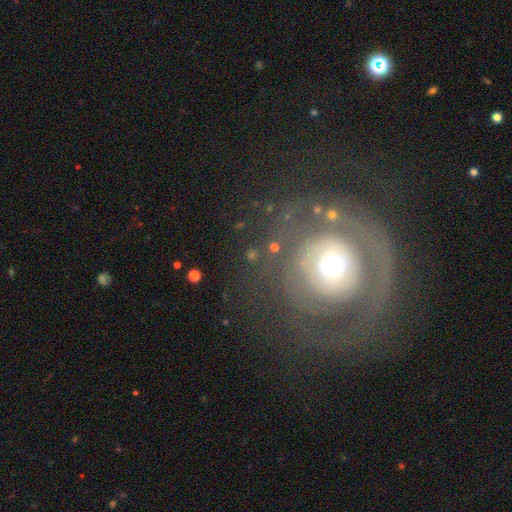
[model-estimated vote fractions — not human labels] smooth_or_featured: featured or disk (p=0.59) [alt: smooth p=0.29]
disk_edge_on: no (p=0.96) [alt: yes p=0.04]
bar: no (p=0.84) [alt: weak p=0.11]
has_spiral_arms: no (p=0.51) [alt: yes p=0.49]
bulge_size: moderate (p=0.59) [alt: large p=0.19]
merging: none (p=0.66) [alt: major disturbance p=0.19]